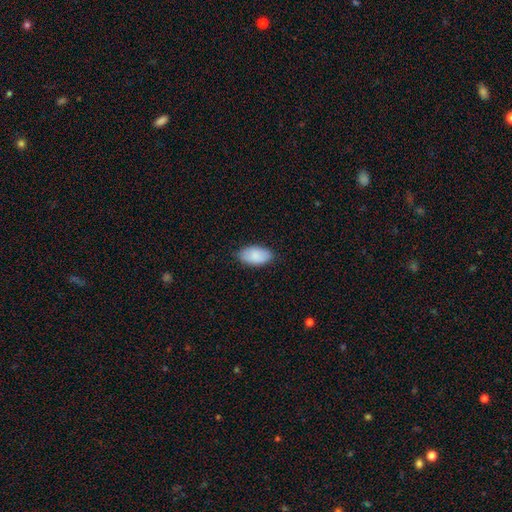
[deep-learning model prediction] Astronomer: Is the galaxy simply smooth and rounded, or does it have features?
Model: smooth — 88%.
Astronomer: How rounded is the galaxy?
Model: in between — 95%.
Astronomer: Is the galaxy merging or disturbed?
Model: none — 82%.